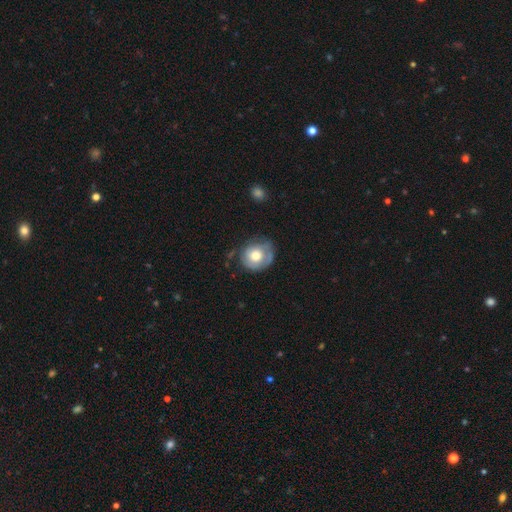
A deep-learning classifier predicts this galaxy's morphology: smooth_or_featured: smooth (p=0.55) [alt: featured or disk p=0.38]
how_rounded: round (p=0.79) [alt: in between p=0.20]
merging: none (p=0.58) [alt: minor disturbance p=0.28]